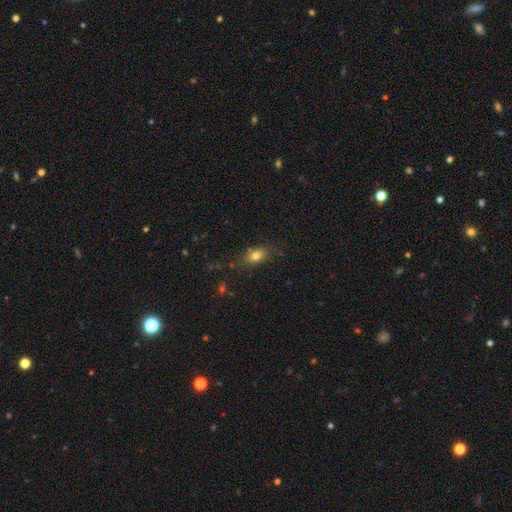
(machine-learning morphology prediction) Smooth or featured? smooth (77%)
How rounded? in between (78%)
Merging? none (74%)